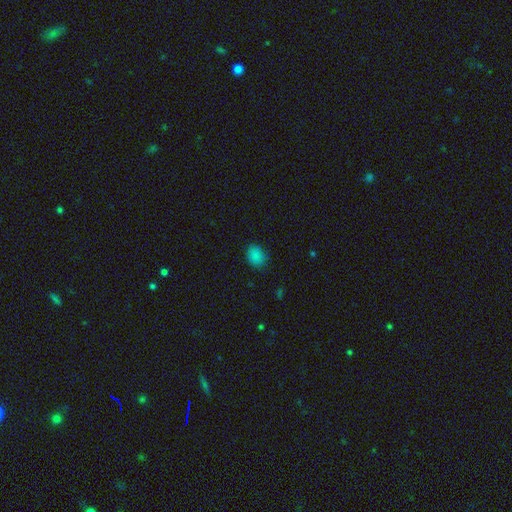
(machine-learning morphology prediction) Smooth or featured: smooth — 84% (star or artifact — 12%)
How rounded: in between — 52% (round — 47%)
Merging: none — 83% (minor disturbance — 13%)